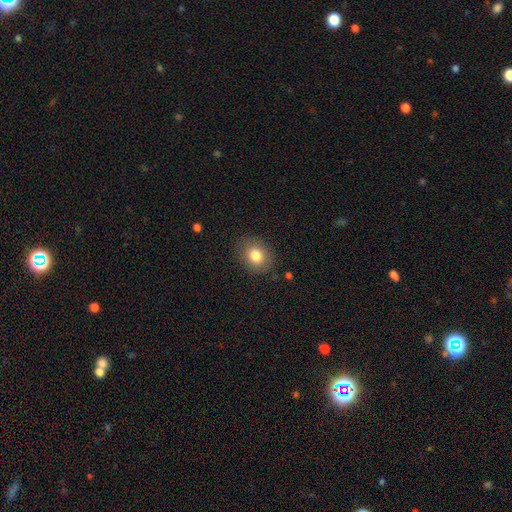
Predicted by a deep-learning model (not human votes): Smooth or featured? smooth (80%)
How rounded? round (58%)
Merging? none (84%)